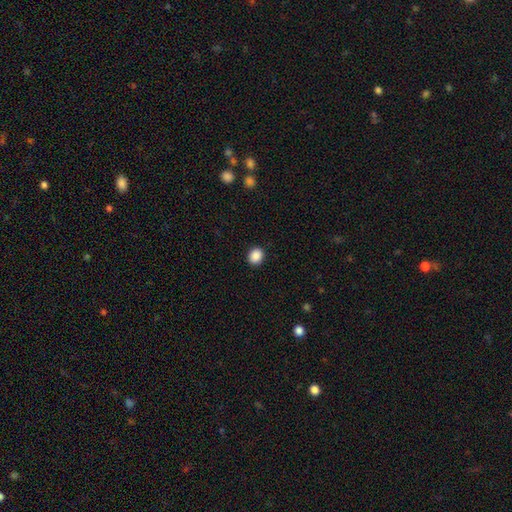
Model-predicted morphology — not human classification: Q: Smooth or featured?
A: smooth (89%); runner-up: star or artifact (9%)
Q: How rounded?
A: round (64%); runner-up: in between (35%)
Q: Merging?
A: none (91%); runner-up: minor disturbance (6%)